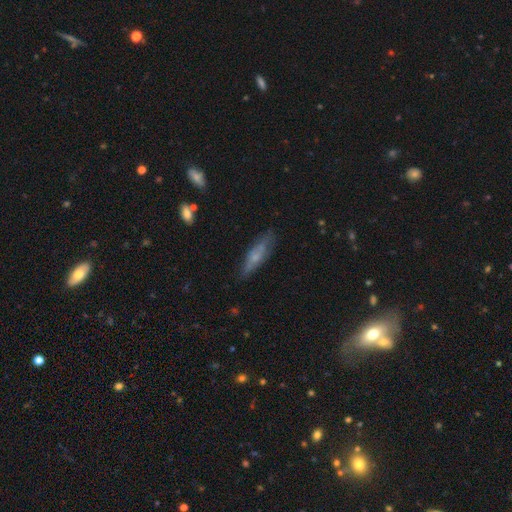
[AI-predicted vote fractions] Smooth or featured? Predicted: smooth (p=0.54). How rounded? Predicted: cigar-shaped (p=0.71). Merging? Predicted: none (p=0.76).